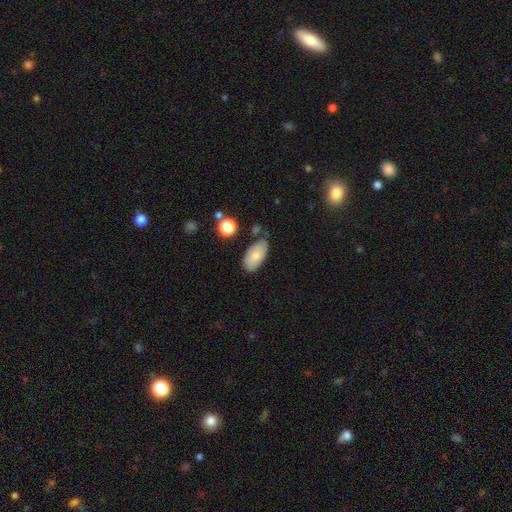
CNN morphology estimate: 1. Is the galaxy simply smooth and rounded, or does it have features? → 76% smooth, 17% featured or disk, 7% star or artifact.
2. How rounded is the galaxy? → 94% in between, 3% round, 3% cigar-shaped.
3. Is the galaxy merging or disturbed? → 64% none, 25% minor disturbance, 6% merger, 5% major disturbance.